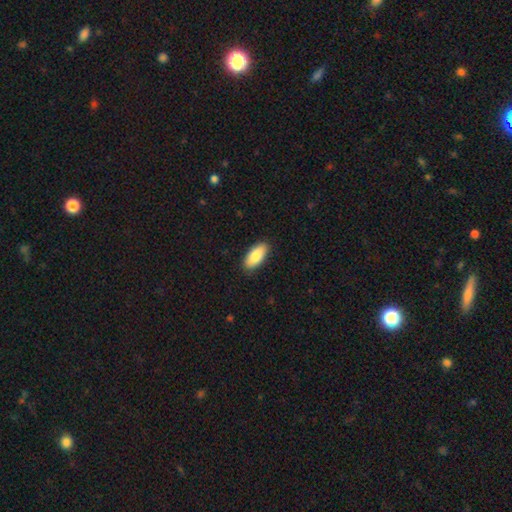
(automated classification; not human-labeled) This is clearly a smooth galaxy (86%). How rounded: clearly in between (89%). Merging: clearly none (89%).